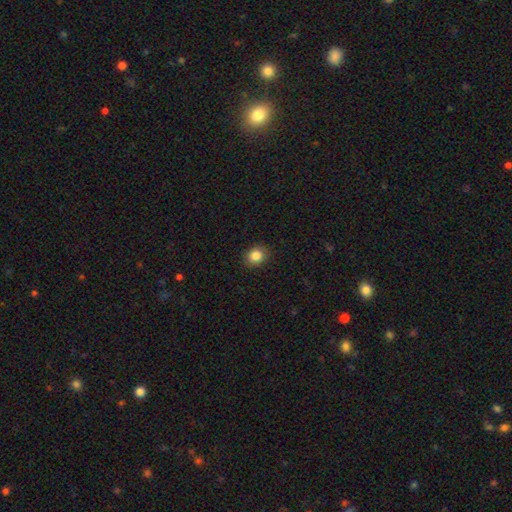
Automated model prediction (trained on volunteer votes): Morphology: type=smooth (87%); roundness=round (71%); merging=none (88%).